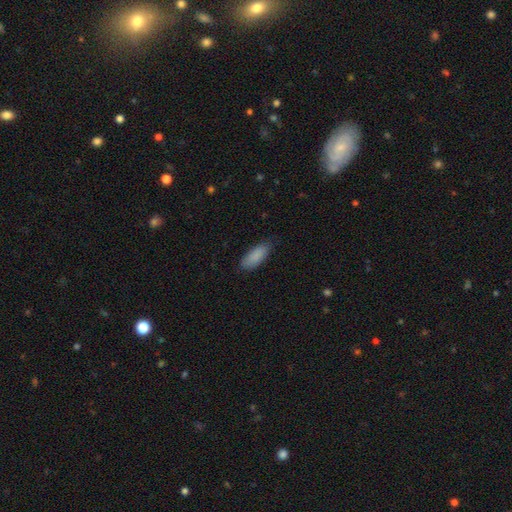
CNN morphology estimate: type=smooth (88%); roundness=in between (76%); merging=none (81%).